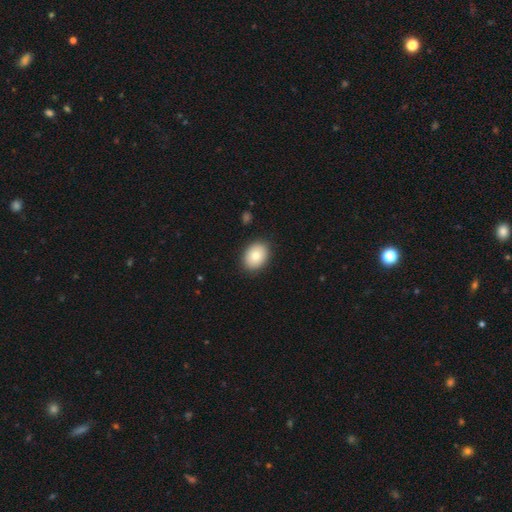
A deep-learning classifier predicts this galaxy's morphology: Smooth or featured? smooth (84%)
How rounded? in between (66%)
Merging? none (89%)